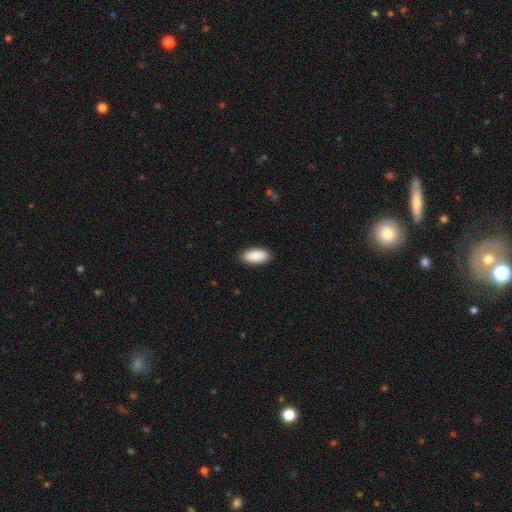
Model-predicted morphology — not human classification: Smooth or featured?
  - smooth: 91% *
  - star or artifact: 6%
  - featured or disk: 3%
How rounded?
  - in between: 93% *
  - cigar-shaped: 5%
  - round: 2%
Merging?
  - none: 88% *
  - minor disturbance: 9%
  - major disturbance: 2%
  - merger: 1%